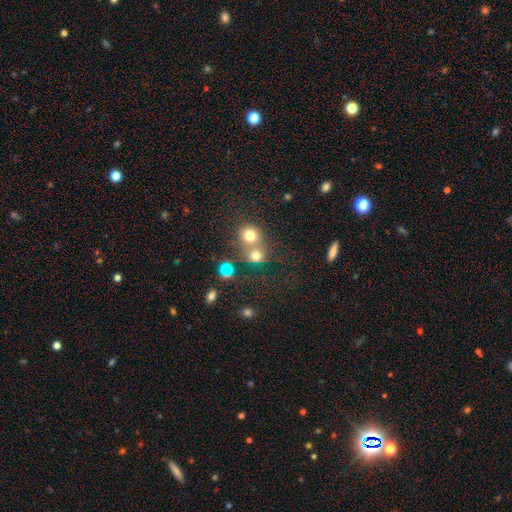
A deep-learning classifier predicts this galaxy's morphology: Smooth or featured? Predicted: smooth (p=0.75). How rounded? Predicted: round (p=0.83). Merging? Predicted: merger (p=0.48).